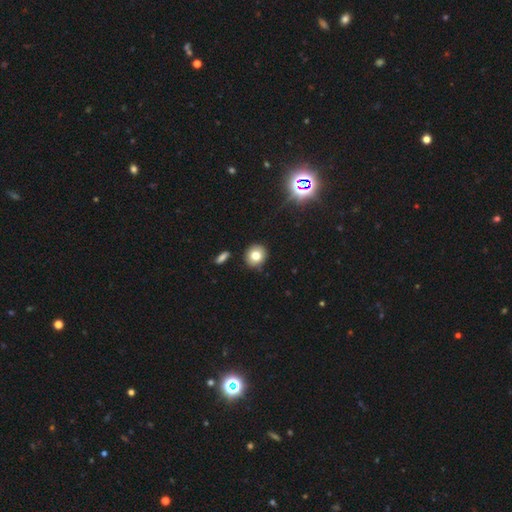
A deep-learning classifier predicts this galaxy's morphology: type=smooth (77%); roundness=round (84%); merging=none (87%).